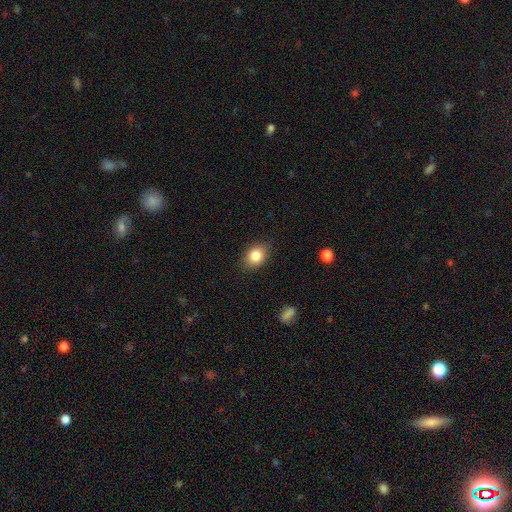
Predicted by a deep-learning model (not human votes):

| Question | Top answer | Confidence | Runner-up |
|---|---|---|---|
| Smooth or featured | smooth | 84% | star or artifact (9%) |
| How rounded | in between | 61% | round (38%) |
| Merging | none | 83% | minor disturbance (13%) |